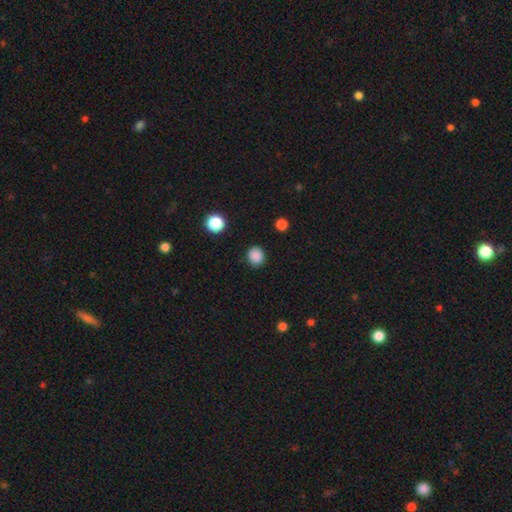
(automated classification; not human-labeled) Smooth or featured? Predicted: smooth (p=0.87). How rounded? Predicted: round (p=0.80). Merging? Predicted: none (p=0.90).